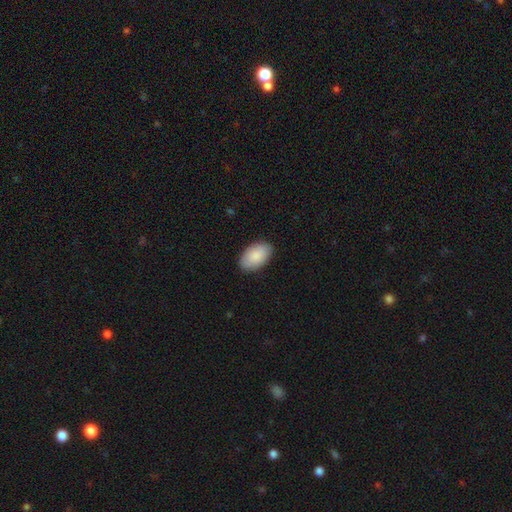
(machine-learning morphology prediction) Q: Smooth or featured?
A: smooth (88%); runner-up: featured or disk (7%)
Q: How rounded?
A: in between (95%); runner-up: round (4%)
Q: Merging?
A: none (87%); runner-up: minor disturbance (10%)